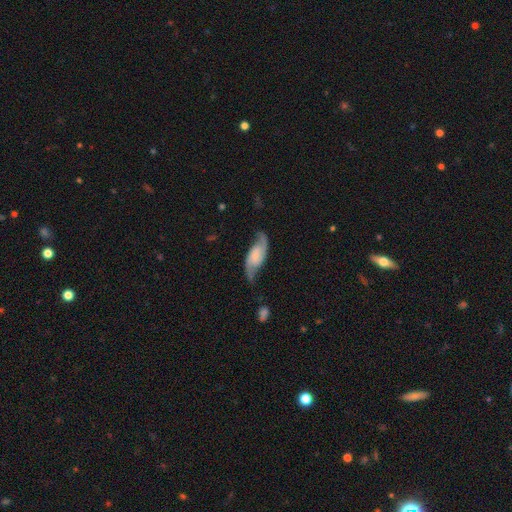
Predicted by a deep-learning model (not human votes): A featured or disk galaxy (77%) with no bar (57%), 2 (92%) loose (55%) spiral arms (95%) and a small central bulge (33%).

Vote fractions:
- Smooth or featured? featured or disk: 77% / smooth: 17% / star or artifact: 6%
- Edge-on disk? no: 93% / yes: 7%
- Bar? no: 57% / weak: 32% / strong: 11%
- Spiral arms? yes: 95% / no: 5%
- Spiral winding? loose: 55% / medium: 34% / tight: 11%
- Spiral arm count? 2: 92% / can't tell: 3% / 1: 2% / 3: 1% / 4: 1% / more than 4: 1%
- Bulge size? small: 33% / none: 30% / moderate: 22% / large: 12% / dominant: 4%
- Merging? none: 69% / minor disturbance: 20% / major disturbance: 9% / merger: 2%